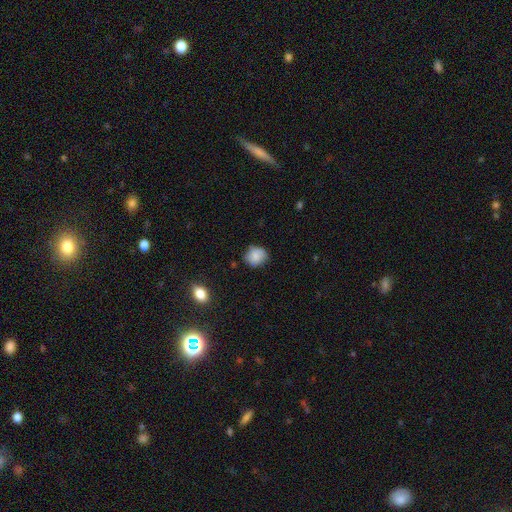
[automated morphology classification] Smooth or featured? Predicted: smooth (p=0.79). How rounded? Predicted: round (p=0.74). Merging? Predicted: none (p=0.74).